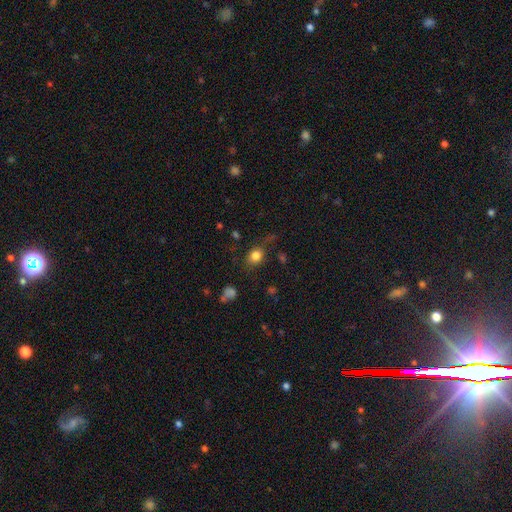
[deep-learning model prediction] Q: Smooth or featured?
A: smooth (81%); runner-up: star or artifact (12%)
Q: How rounded?
A: round (61%); runner-up: in between (38%)
Q: Merging?
A: none (73%); runner-up: minor disturbance (17%)